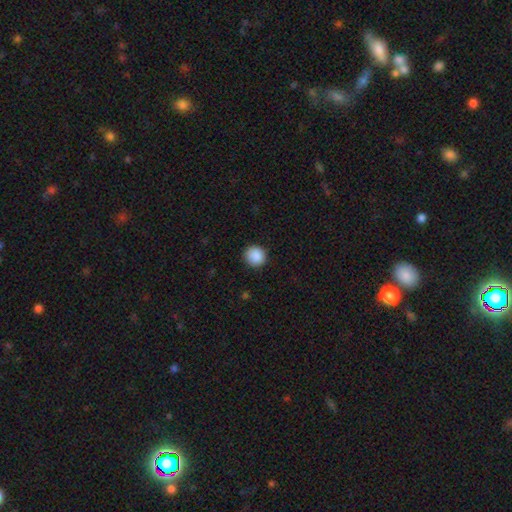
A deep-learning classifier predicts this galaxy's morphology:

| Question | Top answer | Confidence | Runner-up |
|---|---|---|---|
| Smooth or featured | smooth | 89% | star or artifact (8%) |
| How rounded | round | 92% | in between (7%) |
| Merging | none | 90% | minor disturbance (7%) |